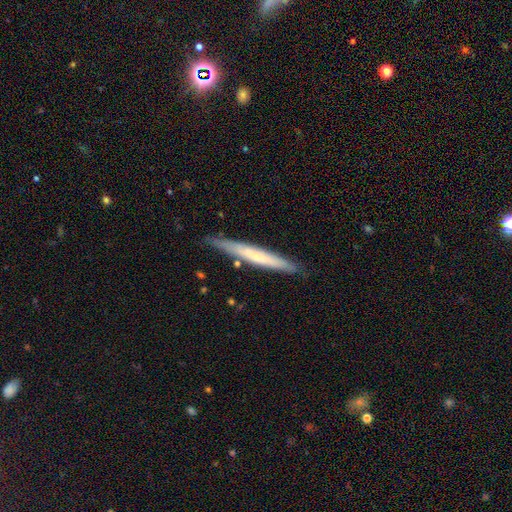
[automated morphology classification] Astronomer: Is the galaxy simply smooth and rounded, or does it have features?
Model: smooth — 52% (runner-up: featured or disk, 42%).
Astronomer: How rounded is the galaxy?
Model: cigar-shaped — 95%.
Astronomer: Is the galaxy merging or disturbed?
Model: none — 84%.